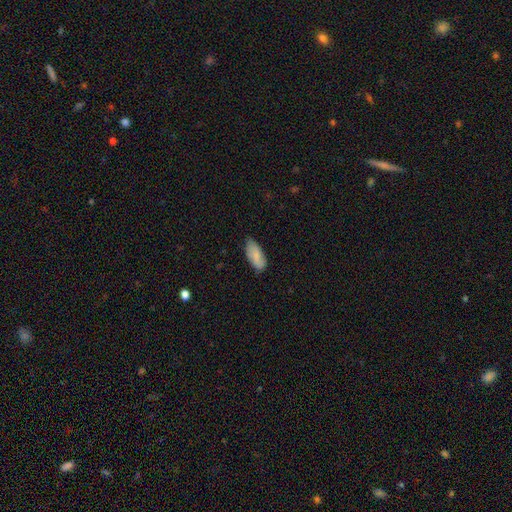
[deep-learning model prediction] Morphology: type=smooth (78%); roundness=in between (86%); merging=none (75%).